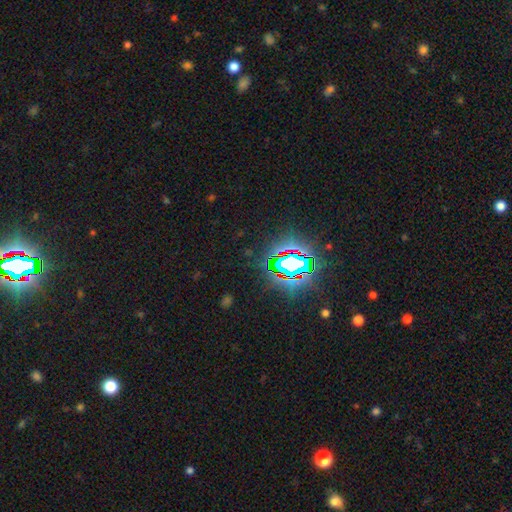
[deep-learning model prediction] A star or artifact, not a galaxy (82%).